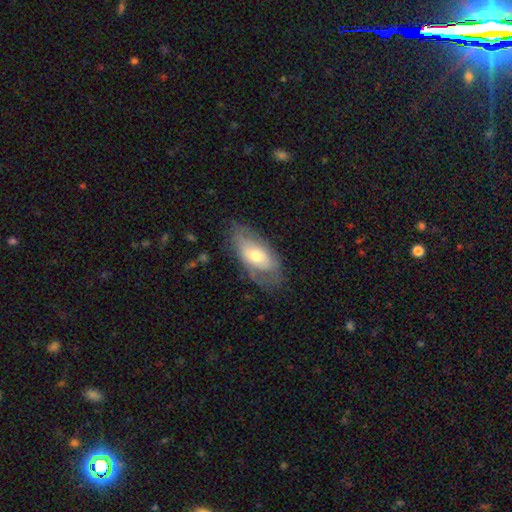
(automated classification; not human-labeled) Smooth or featured: smooth — 48% (featured or disk — 46%)
Merging: none — 66% (minor disturbance — 24%)